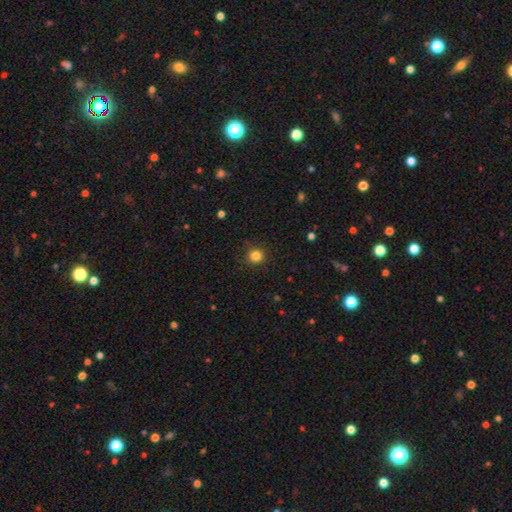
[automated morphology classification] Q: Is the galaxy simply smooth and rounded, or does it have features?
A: smooth — 84%.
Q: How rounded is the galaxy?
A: round — 93%.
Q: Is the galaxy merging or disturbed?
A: none — 91%.